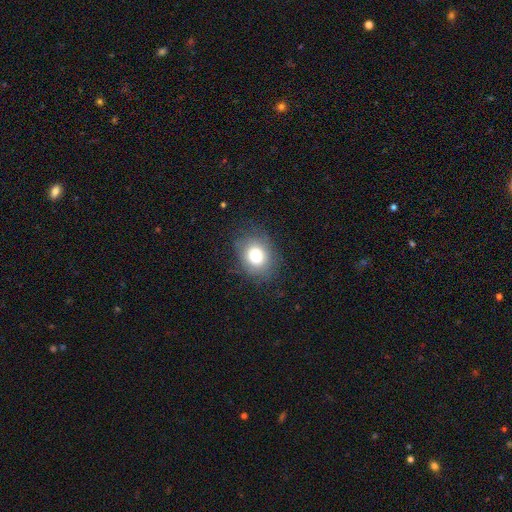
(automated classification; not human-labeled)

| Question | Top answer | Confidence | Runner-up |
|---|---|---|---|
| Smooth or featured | smooth | 78% | featured or disk (12%) |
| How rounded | in between | 52% | round (47%) |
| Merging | none | 77% | minor disturbance (16%) |